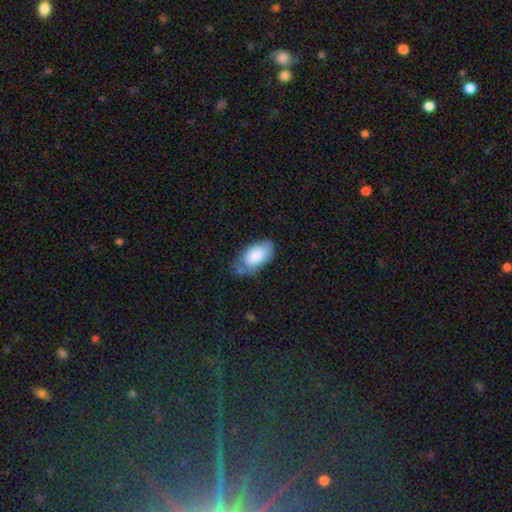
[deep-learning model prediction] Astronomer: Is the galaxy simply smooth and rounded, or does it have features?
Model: smooth — 83%.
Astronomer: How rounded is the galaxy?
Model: in between — 94%.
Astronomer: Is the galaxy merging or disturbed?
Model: none — 50% (runner-up: minor disturbance, 33%).